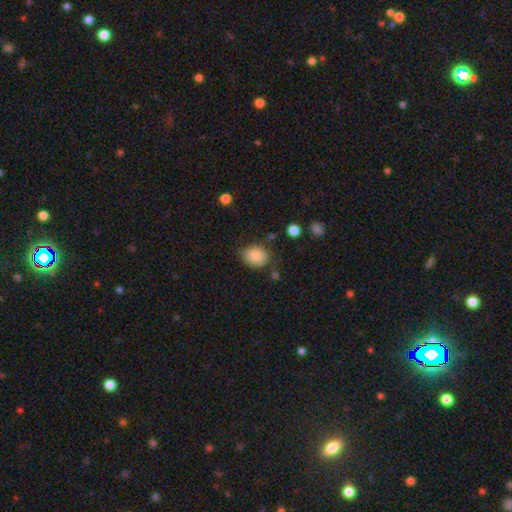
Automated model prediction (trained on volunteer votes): This is clearly a smooth galaxy (85%). How rounded: possibly round (56%). Merging: likely none (66%).